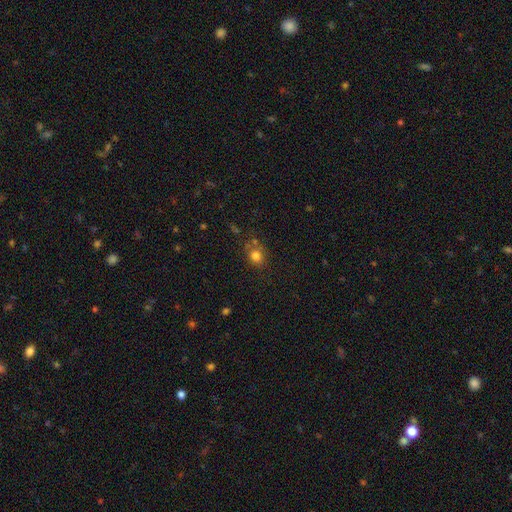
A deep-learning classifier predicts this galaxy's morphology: type=smooth (78%); roundness=round (71%); merging=none (66%).